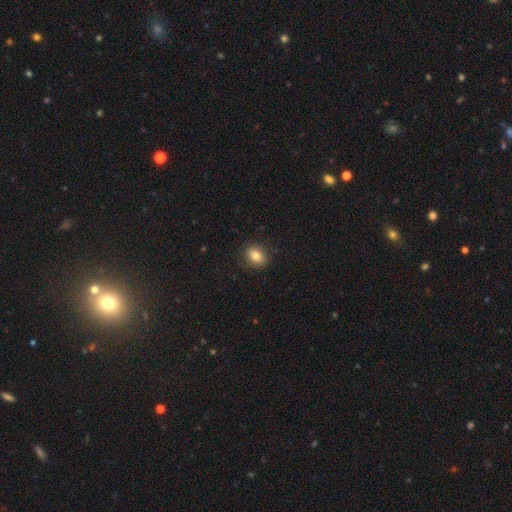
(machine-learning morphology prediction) Q: Smooth or featured?
A: smooth (82%); runner-up: star or artifact (10%)
Q: How rounded?
A: in between (51%); runner-up: round (48%)
Q: Merging?
A: none (87%); runner-up: minor disturbance (9%)